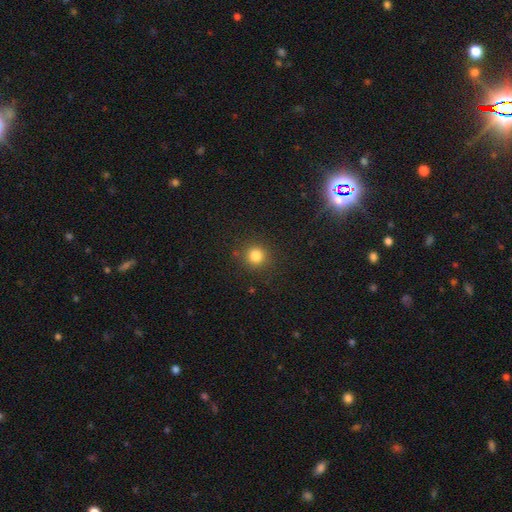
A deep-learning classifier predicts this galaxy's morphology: A smooth galaxy with no disk features (82%) that is round (92%).

Vote fractions:
- Smooth or featured? smooth: 82% / star or artifact: 13% / featured or disk: 5%
- How rounded? round: 92% / in between: 7% / cigar-shaped: 1%
- Merging? none: 88% / minor disturbance: 7% / major disturbance: 3% / merger: 1%